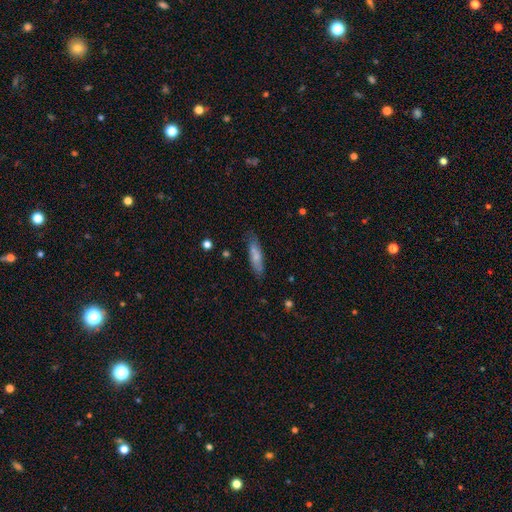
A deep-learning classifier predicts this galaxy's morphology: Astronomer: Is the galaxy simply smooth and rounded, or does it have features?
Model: smooth — 71%.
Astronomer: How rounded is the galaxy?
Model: cigar-shaped — 67%.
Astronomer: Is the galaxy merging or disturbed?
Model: none — 75%.